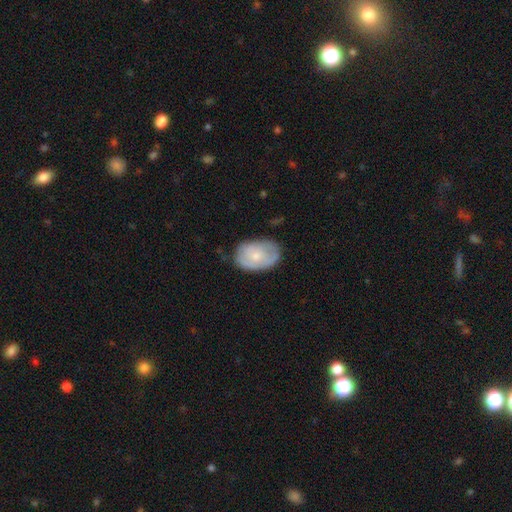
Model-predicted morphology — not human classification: A smooth galaxy with no disk features (59%) that is in between round and cigar-shaped (85%). Merging: none (67%).